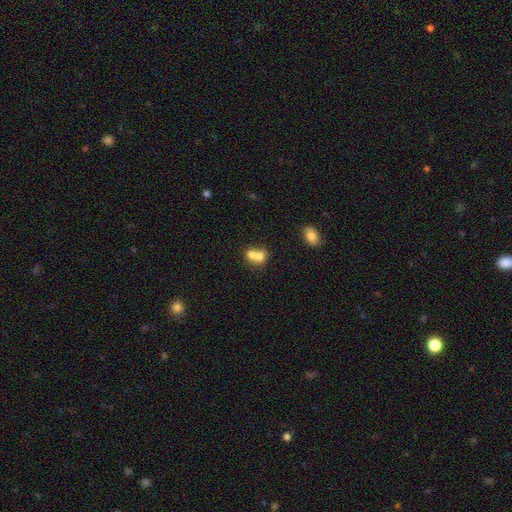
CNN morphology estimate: Smooth or featured: smooth — 71% (featured or disk — 19%)
How rounded: round — 58% (in between — 41%)
Merging: merger — 71% (none — 21%)